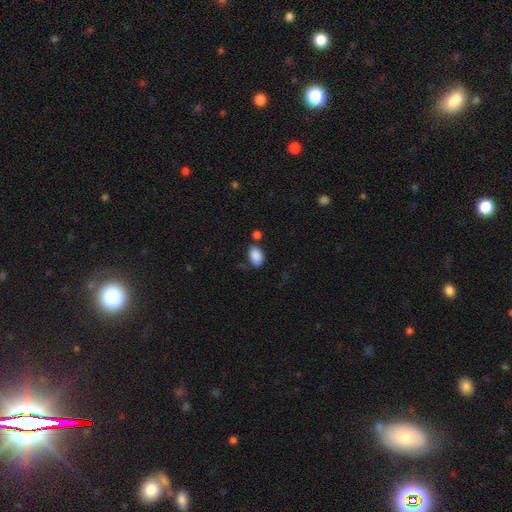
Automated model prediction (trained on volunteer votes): smooth 88%, star or artifact 8%, featured or disk 4%. Down the decision tree: how rounded — in between (84%); merging — none (70%).